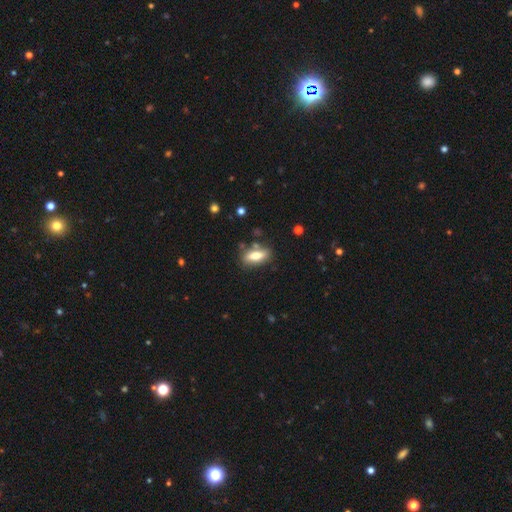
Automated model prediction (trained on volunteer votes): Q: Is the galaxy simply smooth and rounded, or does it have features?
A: smooth — 67%.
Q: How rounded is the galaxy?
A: in between — 76%.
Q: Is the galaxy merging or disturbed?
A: none — 76%.